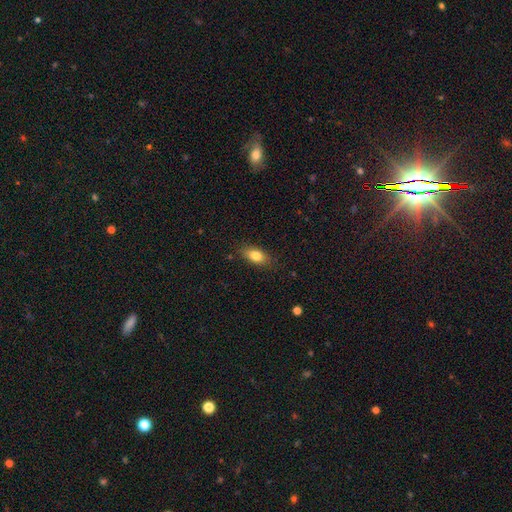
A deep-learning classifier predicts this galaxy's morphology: This is likely a smooth galaxy (79%). How rounded: clearly in between (84%). Merging: clearly none (83%).